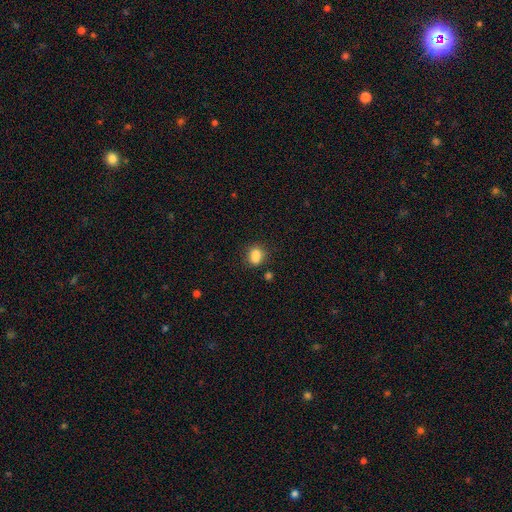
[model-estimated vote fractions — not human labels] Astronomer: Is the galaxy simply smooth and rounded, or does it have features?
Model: smooth — 80%.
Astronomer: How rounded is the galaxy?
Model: in between — 51% (runner-up: round, 47%).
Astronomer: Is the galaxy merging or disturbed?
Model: none — 54%.